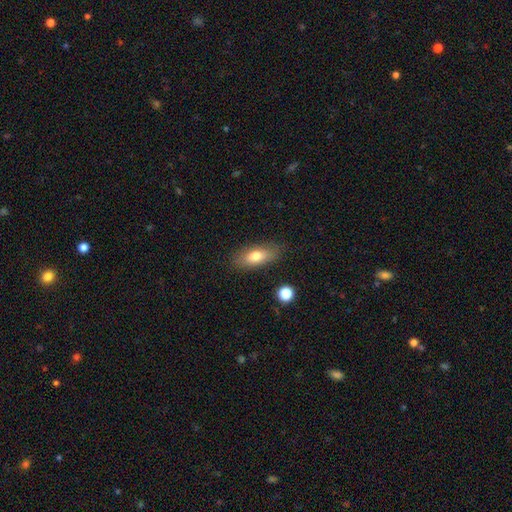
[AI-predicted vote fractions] This appears to be a smooth galaxy with no disk features (75%) that is in between round and cigar-shaped (77%). Merging: none (82%).